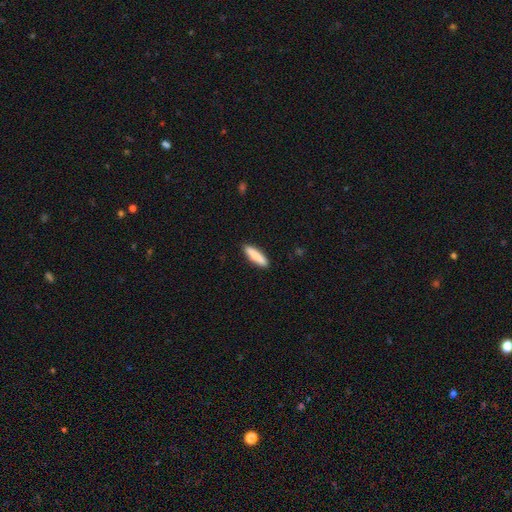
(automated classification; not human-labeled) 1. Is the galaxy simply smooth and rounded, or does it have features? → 86% smooth, 9% featured or disk, 5% star or artifact.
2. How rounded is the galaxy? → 80% cigar-shaped, 19% in between, 1% round.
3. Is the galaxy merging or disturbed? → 90% none, 7% minor disturbance, 2% major disturbance, 1% merger.